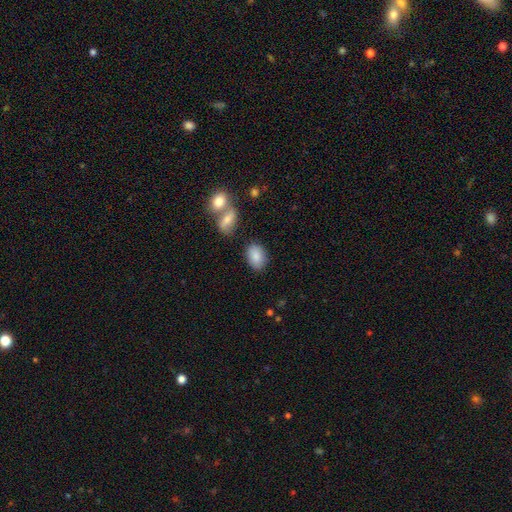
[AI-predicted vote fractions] smooth_or_featured: smooth (p=0.86) [alt: star or artifact p=0.07]
how_rounded: in between (p=0.86) [alt: round p=0.13]
merging: none (p=0.78) [alt: minor disturbance p=0.12]